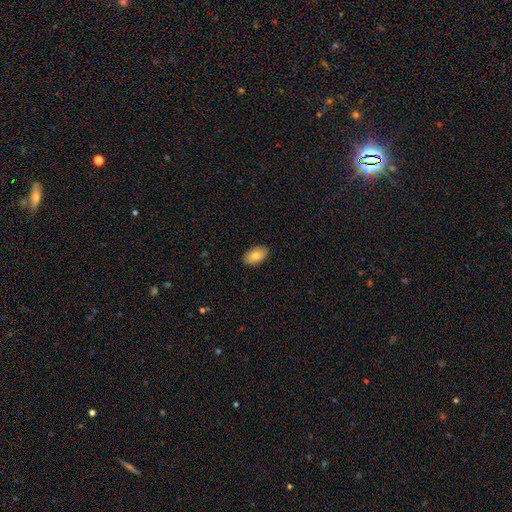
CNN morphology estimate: smooth 79%, featured or disk 15%, star or artifact 7%. Down the decision tree: how rounded — in between (93%); merging — none (87%).